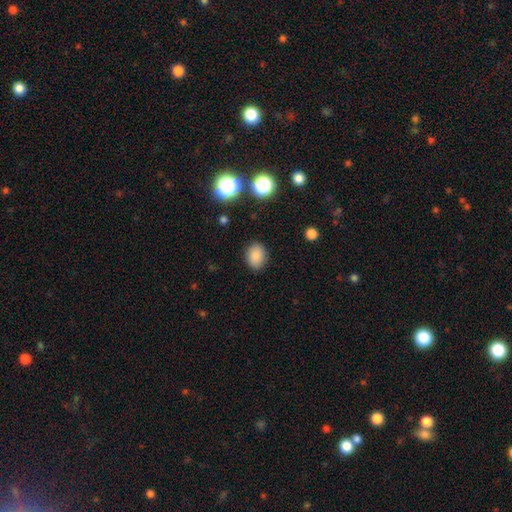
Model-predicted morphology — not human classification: smooth-or-featured: smooth: 84% | star or artifact: 11% | featured or disk: 5%
  how-rounded: in between: 64% | round: 35% | cigar-shaped: 1%
  merging: none: 86% | minor disturbance: 9% | major disturbance: 3% | merger: 1%